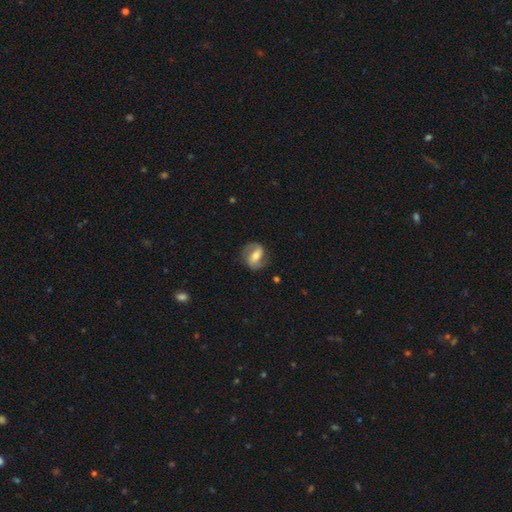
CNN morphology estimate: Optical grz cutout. It shows a featured or disk galaxy (67%) with a strong bar (41%), 2 (87%) medium (42%) spiral arms (86%) and a moderate central bulge (63%). Merging: none (77%).